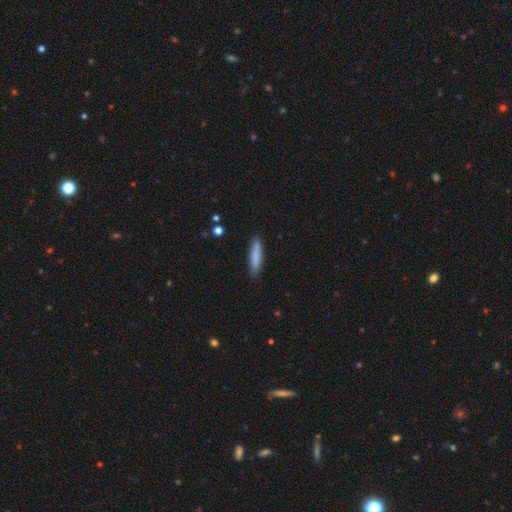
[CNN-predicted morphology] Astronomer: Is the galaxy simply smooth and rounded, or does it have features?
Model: smooth — 84%.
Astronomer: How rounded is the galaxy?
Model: cigar-shaped — 85%.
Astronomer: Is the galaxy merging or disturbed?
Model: none — 88%.